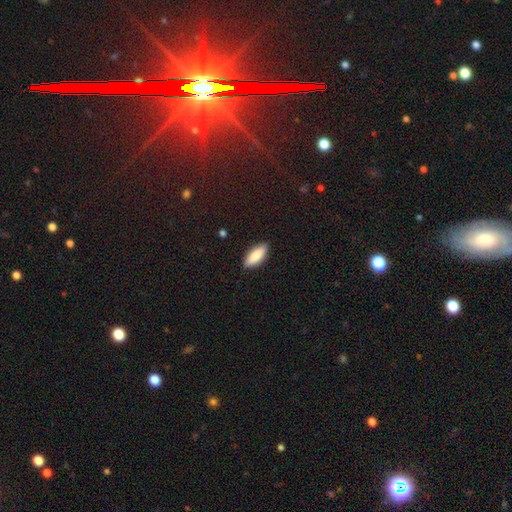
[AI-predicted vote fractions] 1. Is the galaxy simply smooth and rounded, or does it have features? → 80% smooth, 14% featured or disk, 6% star or artifact.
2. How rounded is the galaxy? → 67% in between, 31% cigar-shaped, 2% round.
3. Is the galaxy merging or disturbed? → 88% none, 9% minor disturbance, 2% major disturbance, 1% merger.